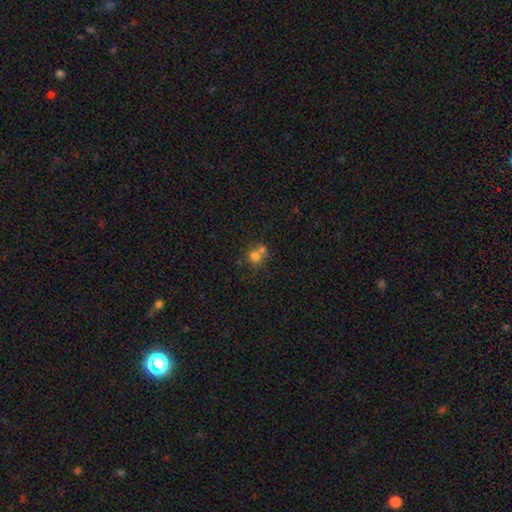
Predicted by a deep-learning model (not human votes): smooth 74%, star or artifact 13%, featured or disk 13%. Down the decision tree: how rounded — round (83%); merging — merger (47%).